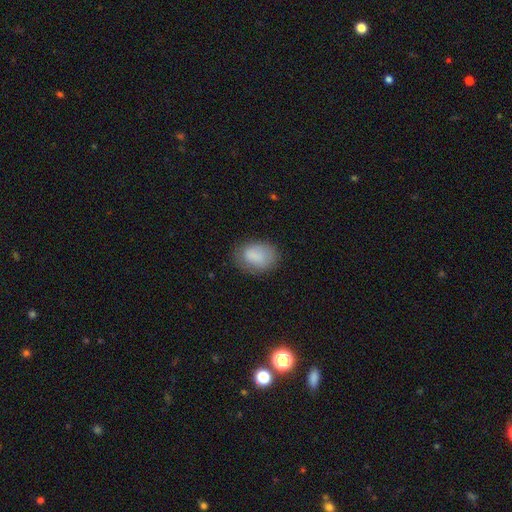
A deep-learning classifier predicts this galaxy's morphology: smooth 83%, featured or disk 10%, star or artifact 7%. Down the decision tree: how rounded — in between (73%); merging — none (69%).